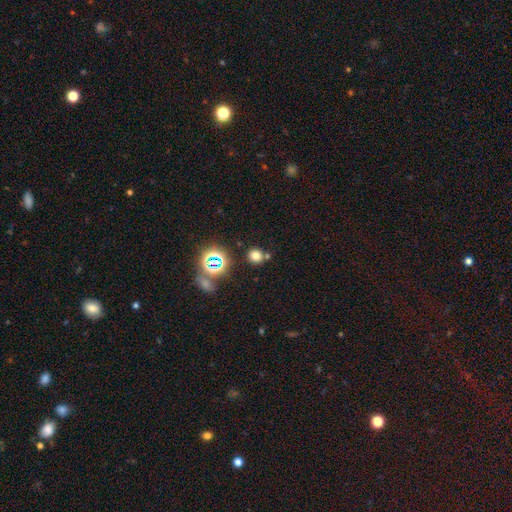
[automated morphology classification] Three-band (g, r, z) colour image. It shows a smooth galaxy with no disk features (70%) that is round (86%). Merging: none (75%).